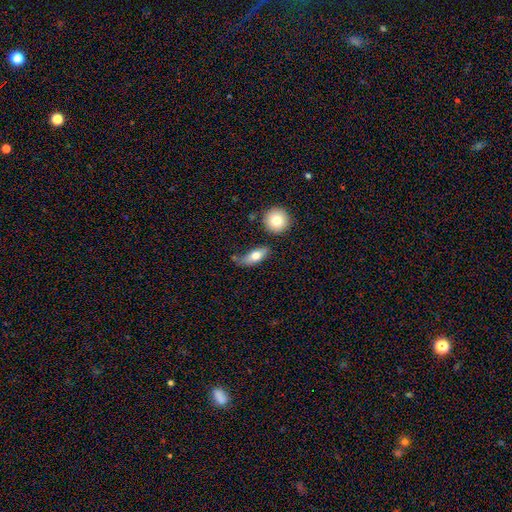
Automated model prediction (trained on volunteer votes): Q: Smooth or featured?
A: smooth (67%); runner-up: featured or disk (25%)
Q: How rounded?
A: in between (71%); runner-up: cigar-shaped (21%)
Q: Merging?
A: none (58%); runner-up: minor disturbance (23%)